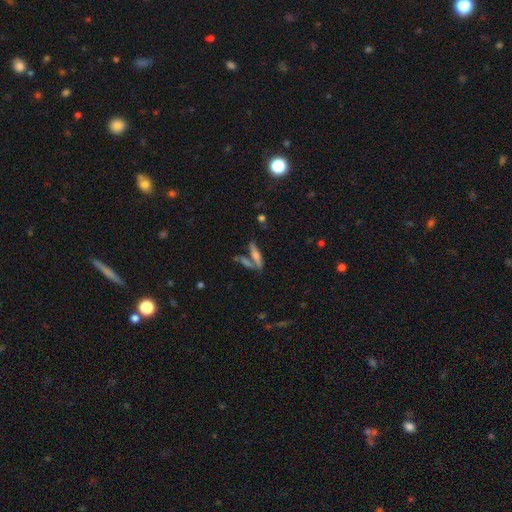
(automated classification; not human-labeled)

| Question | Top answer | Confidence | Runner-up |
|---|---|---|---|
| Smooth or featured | smooth | 56% | featured or disk (34%) |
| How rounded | cigar-shaped | 74% | in between (23%) |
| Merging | none | 53% | merger (30%) |